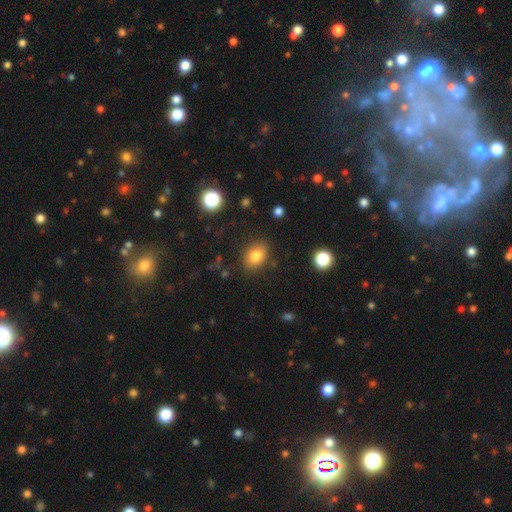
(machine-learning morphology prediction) Overall: smooth (80%). How rounded: in between (74%). Merging: none (84%).